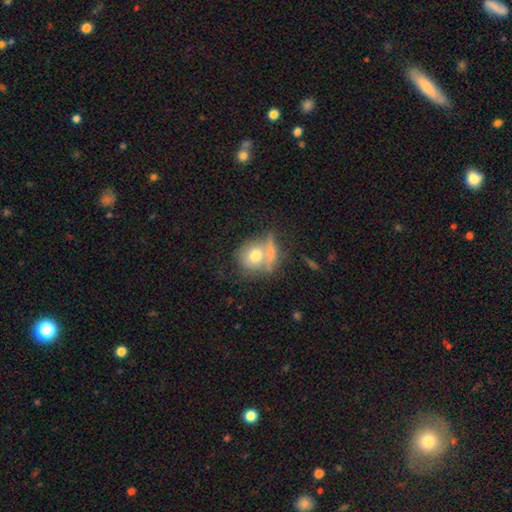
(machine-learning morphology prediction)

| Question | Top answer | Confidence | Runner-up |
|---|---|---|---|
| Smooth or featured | smooth | 69% | featured or disk (22%) |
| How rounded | round | 79% | in between (18%) |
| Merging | none | 44% | merger (34%) |